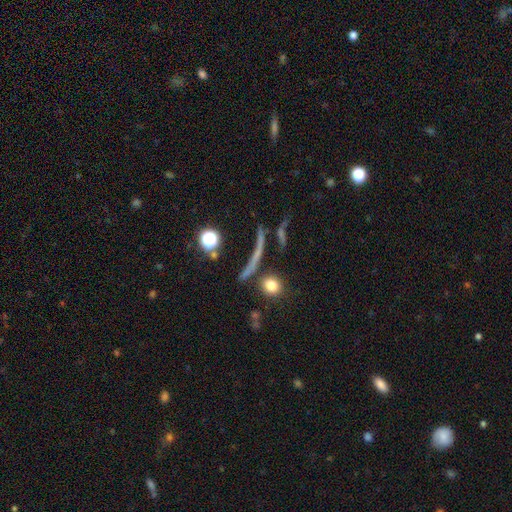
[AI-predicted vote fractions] This is marginally a smooth galaxy (39%). Merging: likely none (71%).